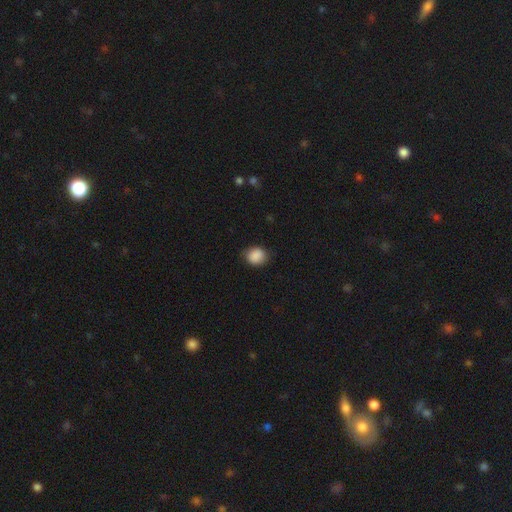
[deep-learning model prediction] The model was most divided on "how rounded": round: 67%, in between: 32%, cigar-shaped: 1%. More confident: smooth or featured — smooth (89%); merging — none (80%).